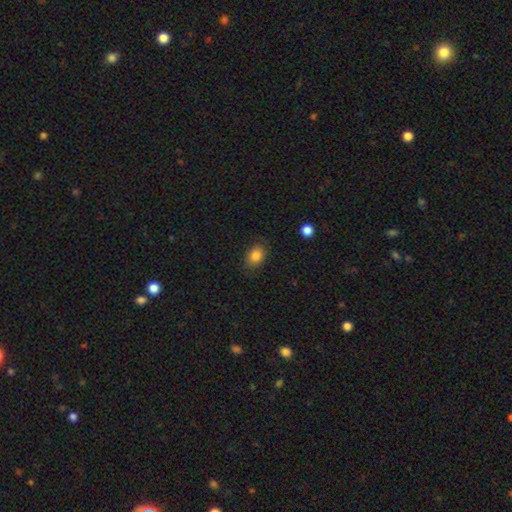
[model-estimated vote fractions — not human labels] smooth-or-featured: smooth: 83% | star or artifact: 10% | featured or disk: 7%
  how-rounded: in between: 69% | round: 29% | cigar-shaped: 1%
  merging: none: 81% | minor disturbance: 15% | major disturbance: 3% | merger: 1%